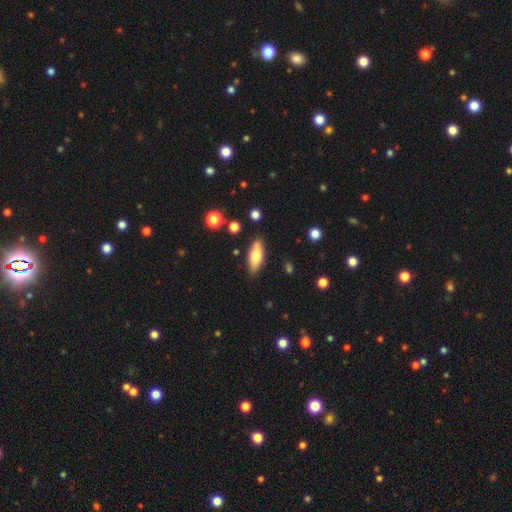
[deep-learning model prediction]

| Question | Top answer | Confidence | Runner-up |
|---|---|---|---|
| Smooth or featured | smooth | 69% | featured or disk (24%) |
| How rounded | in between | 71% | cigar-shaped (27%) |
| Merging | none | 81% | minor disturbance (13%) |